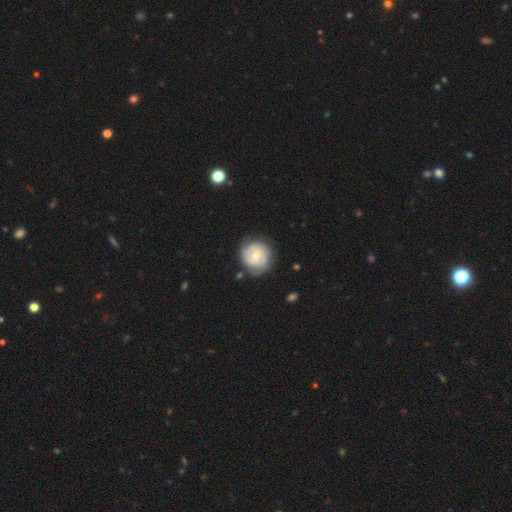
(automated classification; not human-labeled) Smooth or featured? Predicted: featured or disk (p=0.74). Edge-on disk? Predicted: no (p=0.98). Bar? Predicted: no (p=0.63). Spiral arms? Predicted: yes (p=0.88). Spiral winding? Predicted: tight (p=0.67). Spiral arm count? Predicted: 2 (p=0.51). Bulge size? Predicted: moderate (p=0.60). Merging? Predicted: none (p=0.74).